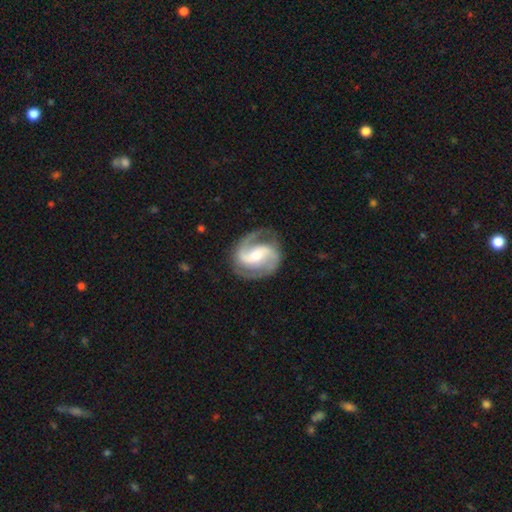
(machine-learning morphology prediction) A featured or disk galaxy (91%) with a weak bar (42%), 2 (88%) medium (55%) spiral arms (98%) and a moderate central bulge (54%). Merging: none (79%).